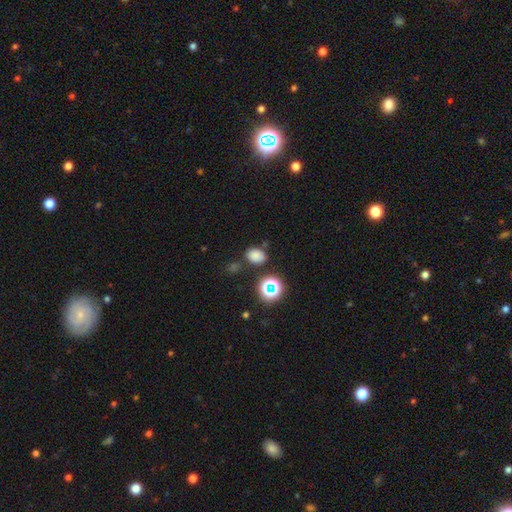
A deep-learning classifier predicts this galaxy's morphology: Overall: smooth (76%). How rounded: in between (61%; round 38%). Merging: none (76%).